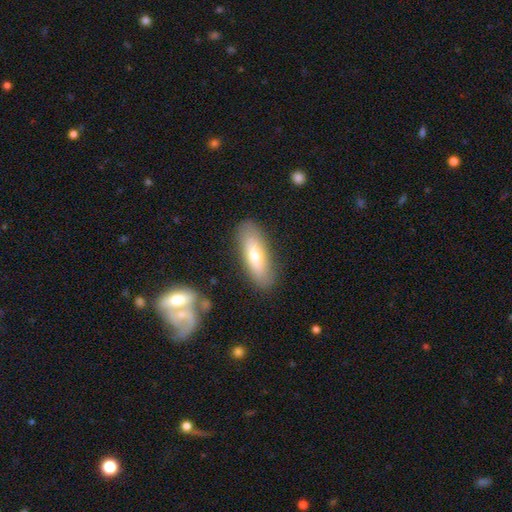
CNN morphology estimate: smooth-or-featured: smooth: 67% | featured or disk: 26% | star or artifact: 7%
  how-rounded: in between: 57% | cigar-shaped: 40% | round: 2%
  merging: none: 83% | minor disturbance: 11% | major disturbance: 3% | merger: 3%